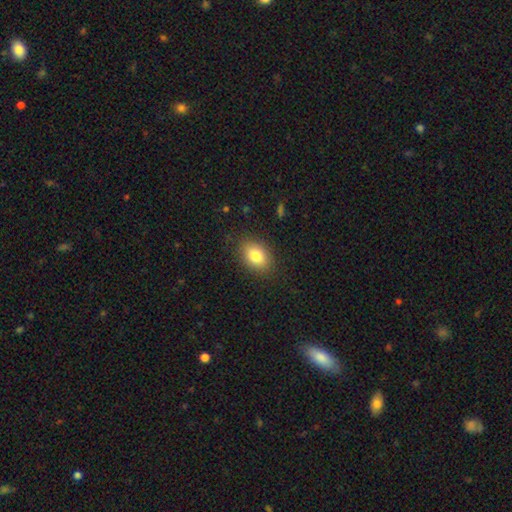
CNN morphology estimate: A smooth galaxy with no disk features (81%) that is in between round and cigar-shaped (76%). Merging: none (86%).